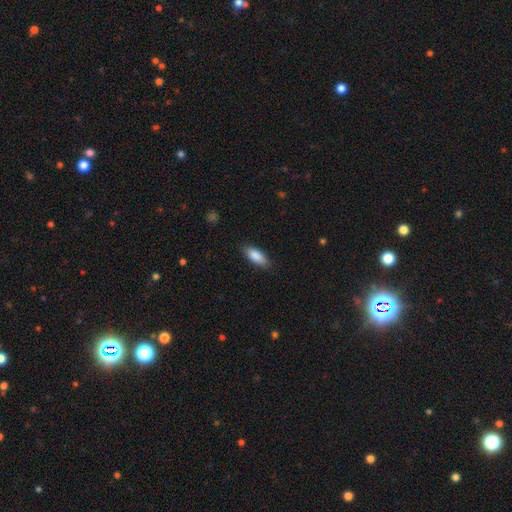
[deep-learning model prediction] Morphology: type=smooth (88%); roundness=in between (77%); merging=none (85%).